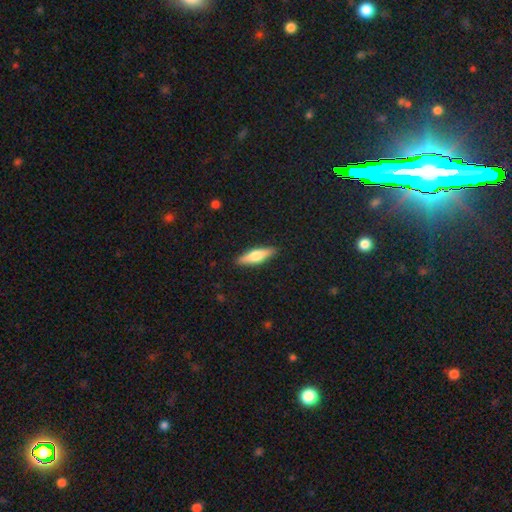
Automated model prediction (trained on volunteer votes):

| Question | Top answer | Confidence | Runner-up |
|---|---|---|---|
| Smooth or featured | smooth | 55% | featured or disk (39%) |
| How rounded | cigar-shaped | 62% | in between (36%) |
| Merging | none | 89% | minor disturbance (8%) |